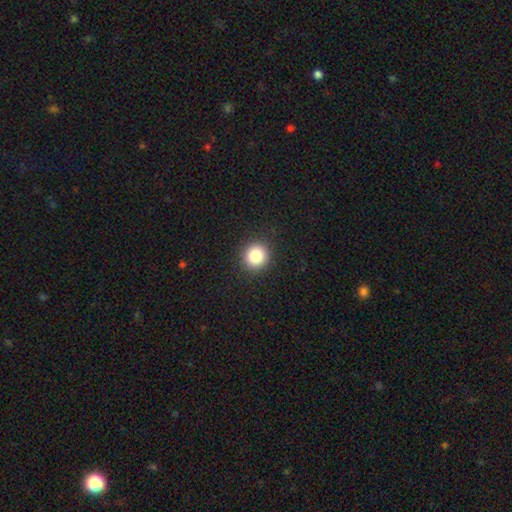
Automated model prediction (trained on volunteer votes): This is clearly a smooth galaxy (84%). How rounded: clearly round (92%). Merging: clearly none (92%).